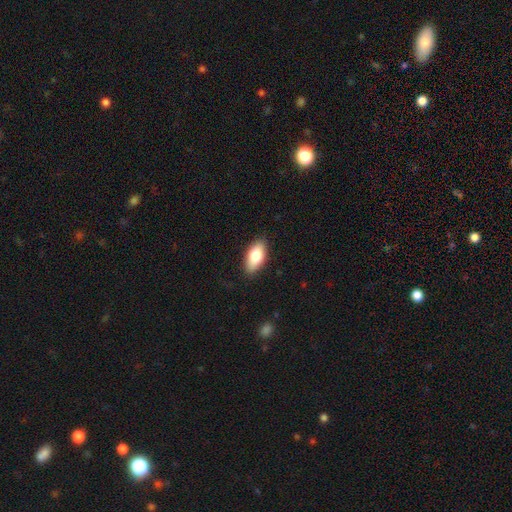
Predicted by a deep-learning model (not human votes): Smooth or featured? Predicted: smooth (p=0.78). How rounded? Predicted: in between (p=0.91). Merging? Predicted: none (p=0.87).